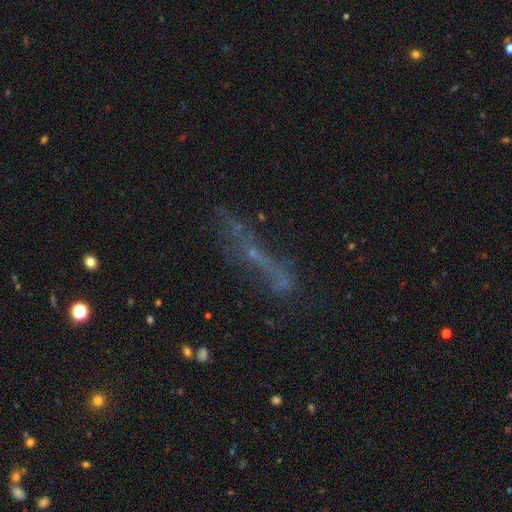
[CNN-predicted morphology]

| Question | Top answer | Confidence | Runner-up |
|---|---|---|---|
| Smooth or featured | featured or disk | 39% | smooth (32%) |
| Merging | none | 48% | major disturbance (23%) |